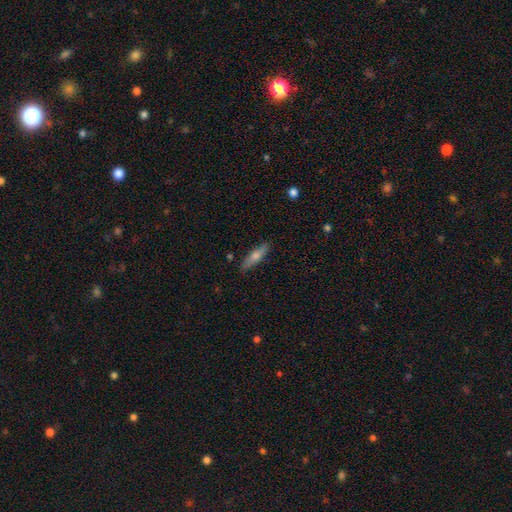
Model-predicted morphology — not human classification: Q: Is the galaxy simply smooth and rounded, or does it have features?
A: smooth — 59%.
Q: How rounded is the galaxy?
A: cigar-shaped — 77%.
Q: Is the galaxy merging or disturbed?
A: none — 87%.